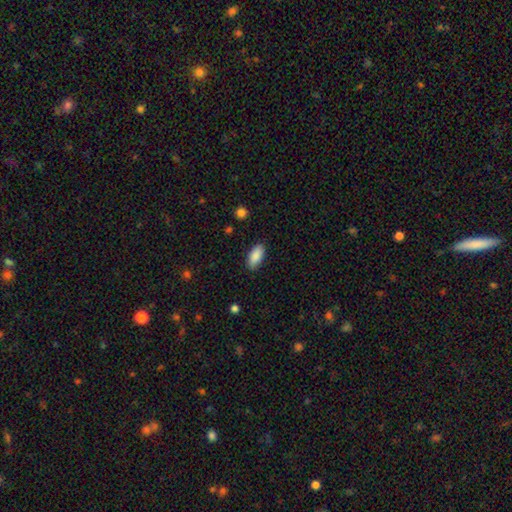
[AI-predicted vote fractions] Smooth or featured? Predicted: smooth (p=0.89). How rounded? Predicted: in between (p=0.90). Merging? Predicted: none (p=0.87).